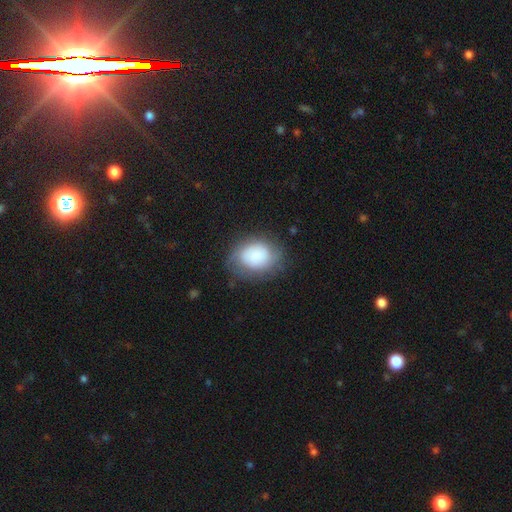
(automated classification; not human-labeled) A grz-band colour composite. It shows a smooth galaxy with no disk features (74%) that is in between round and cigar-shaped (52%). Merging: none (62%).